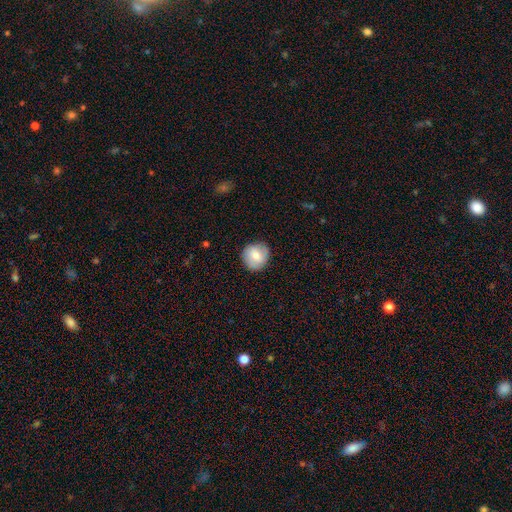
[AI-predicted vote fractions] Morphology: type=smooth (70%); roundness=round (89%); merging=none (84%).